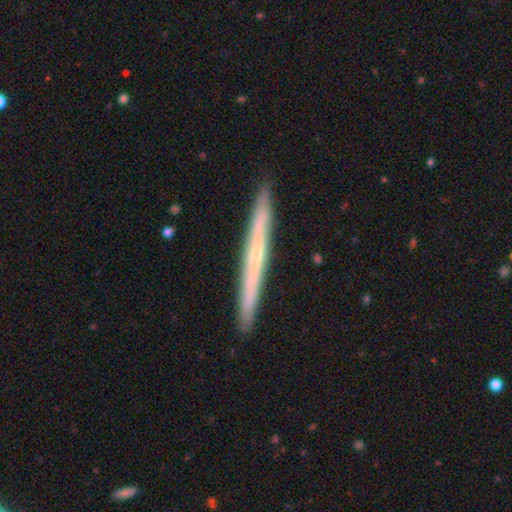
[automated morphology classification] type=featured or disk (59%); edge-on=yes (96%); edge-on bulge=none (67%); merging=none (92%).